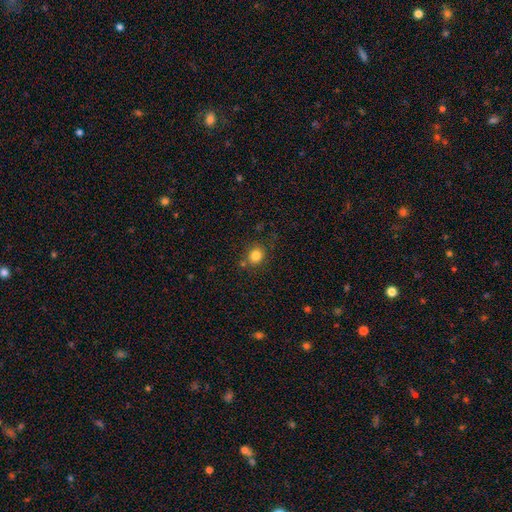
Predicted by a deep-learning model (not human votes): This is clearly a smooth galaxy (82%). How rounded: likely round (78%). Merging: likely none (78%).